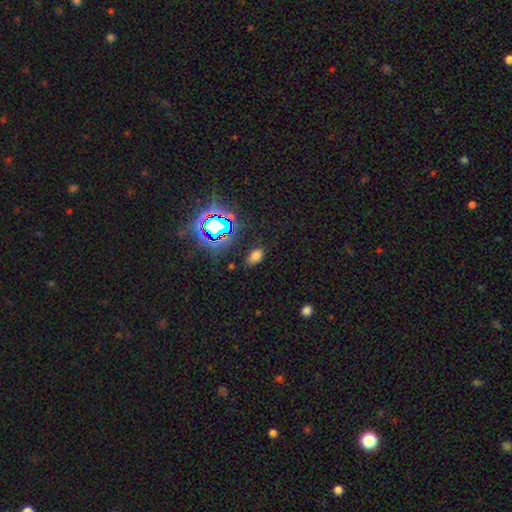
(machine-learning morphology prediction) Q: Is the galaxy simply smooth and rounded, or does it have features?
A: smooth — 65%.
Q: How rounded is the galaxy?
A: in between — 89%.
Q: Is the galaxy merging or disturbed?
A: none — 81%.